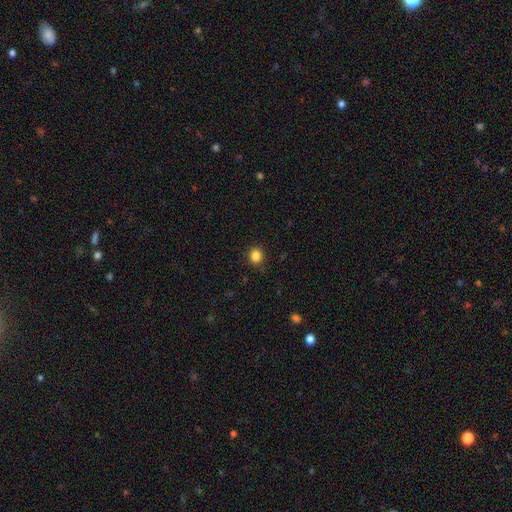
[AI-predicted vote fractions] This is clearly a smooth galaxy (85%). How rounded: likely round (78%). Merging: clearly none (88%).